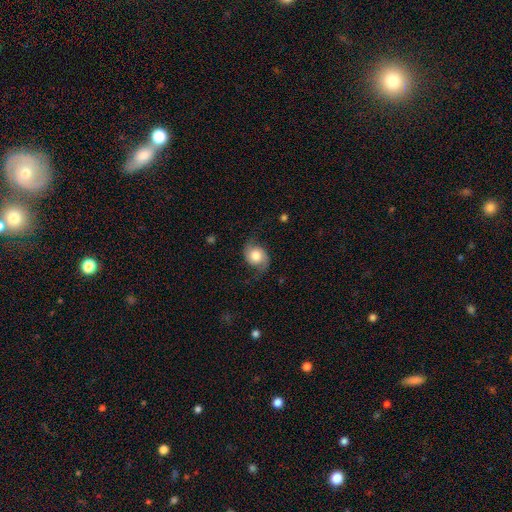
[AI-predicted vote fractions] The model was most divided on "smooth or featured": featured or disk: 49%, smooth: 44%, star or artifact: 8%. More confident: merging — none (68%).